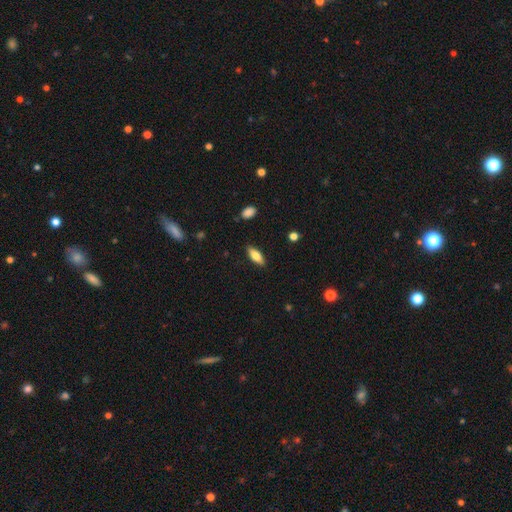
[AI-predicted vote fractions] A smooth galaxy with no disk features (72%) that is in between round and cigar-shaped (68%).

Vote fractions:
- Smooth or featured? smooth: 72% / featured or disk: 21% / star or artifact: 7%
- How rounded? in between: 68% / cigar-shaped: 30% / round: 2%
- Merging? none: 87% / minor disturbance: 10% / major disturbance: 2% / merger: 1%